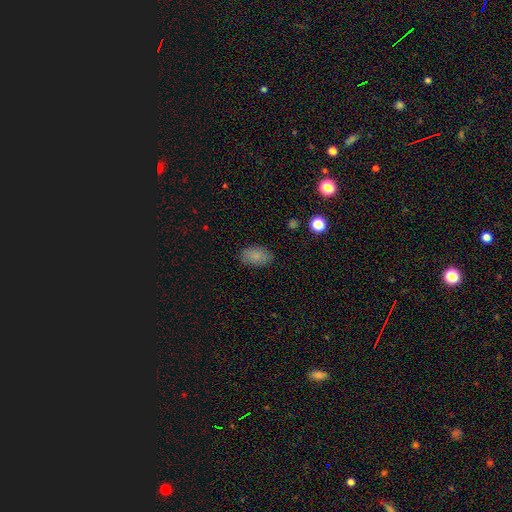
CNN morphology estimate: smooth_or_featured: smooth (p=0.85) [alt: star or artifact p=0.09]
how_rounded: in between (p=0.92) [alt: round p=0.06]
merging: none (p=0.85) [alt: minor disturbance p=0.11]